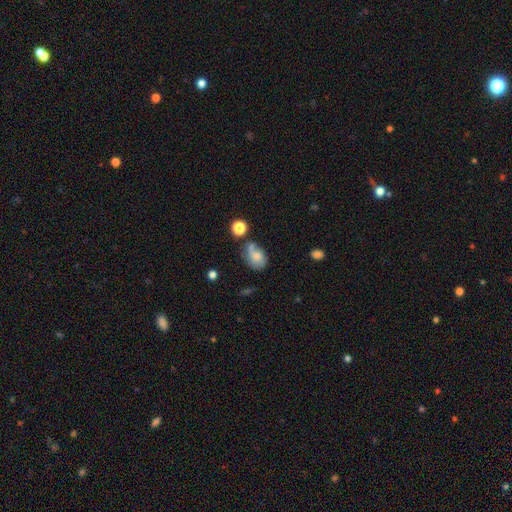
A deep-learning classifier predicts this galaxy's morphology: type=smooth (61%); roundness=in between (72%); merging=none (37%).